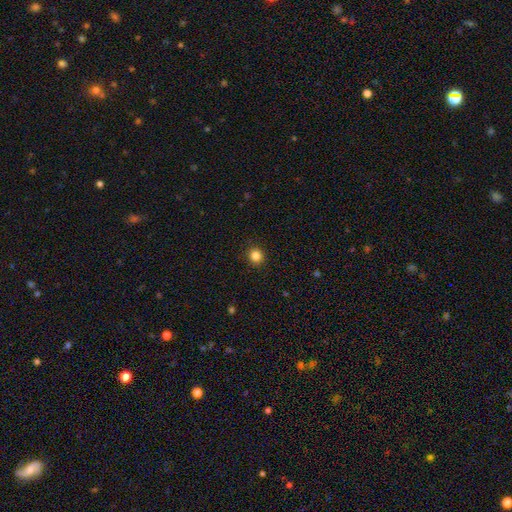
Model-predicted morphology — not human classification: smooth-or-featured: smooth: 84% | star or artifact: 12% | featured or disk: 4%
  how-rounded: round: 88% | in between: 11% | cigar-shaped: 1%
  merging: none: 91% | minor disturbance: 6% | major disturbance: 2% | merger: 1%